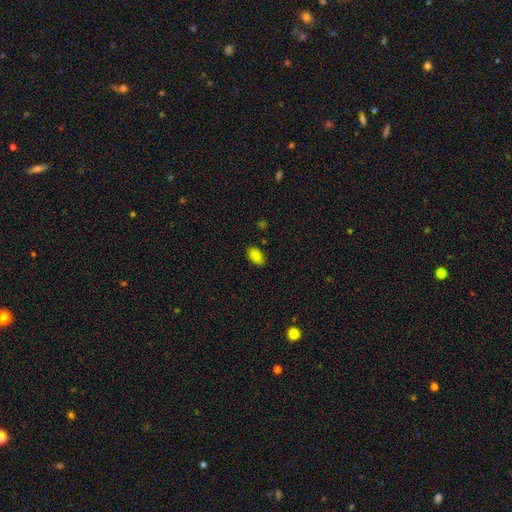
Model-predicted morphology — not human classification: The model was most divided on "merging": none: 85%, minor disturbance: 11%, major disturbance: 3%, merger: 1%. More confident: how rounded — in between (92%); smooth or featured — smooth (86%).